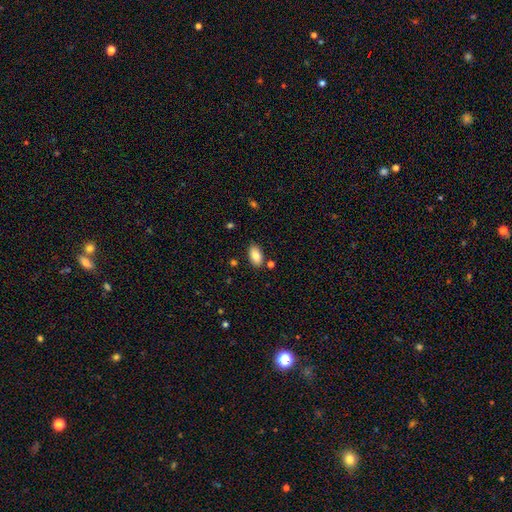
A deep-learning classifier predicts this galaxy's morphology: Smooth or featured? smooth (83%)
How rounded? in between (94%)
Merging? none (83%)